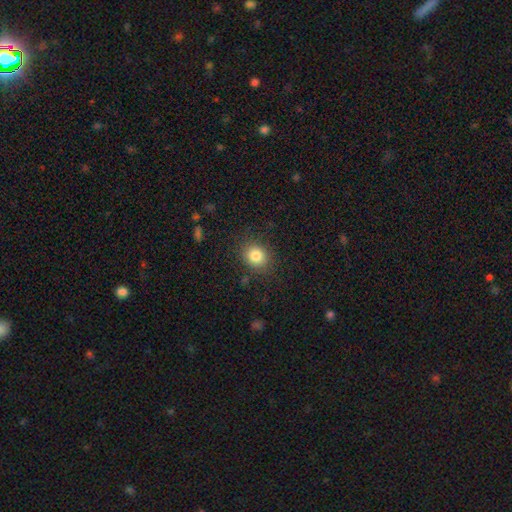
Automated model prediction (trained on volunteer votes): smooth_or_featured: smooth (p=0.82) [alt: star or artifact p=0.11]
how_rounded: round (p=0.69) [alt: in between p=0.30]
merging: none (p=0.86) [alt: minor disturbance p=0.10]